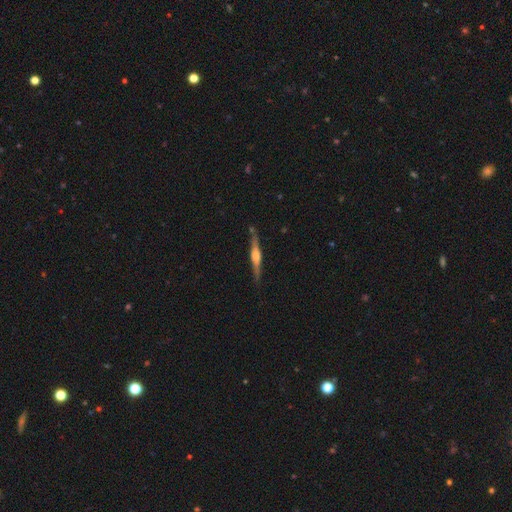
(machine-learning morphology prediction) The model was most divided on "smooth or featured": featured or disk: 75%, smooth: 20%, star or artifact: 6%. More confident: edge-on disk — yes (97%); merging — none (86%); edge-on bulge — rounded (81%).